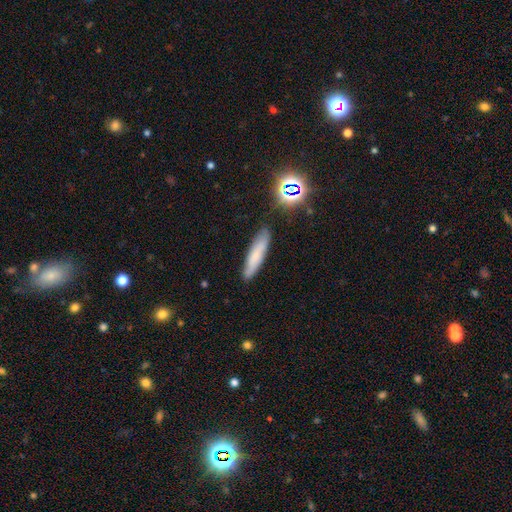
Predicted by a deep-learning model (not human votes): smooth-or-featured: smooth: 67% | featured or disk: 23% | star or artifact: 11%
  how-rounded: cigar-shaped: 81% | in between: 17% | round: 2%
  merging: none: 82% | minor disturbance: 13% | major disturbance: 3% | merger: 2%